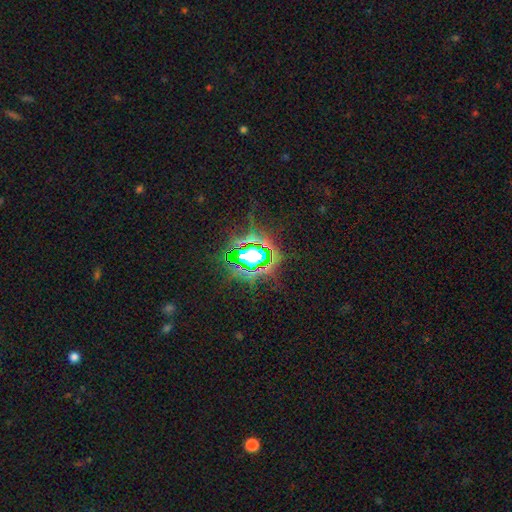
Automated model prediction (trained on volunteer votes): smooth_or_featured: star or artifact (p=0.76) [alt: smooth p=0.12]